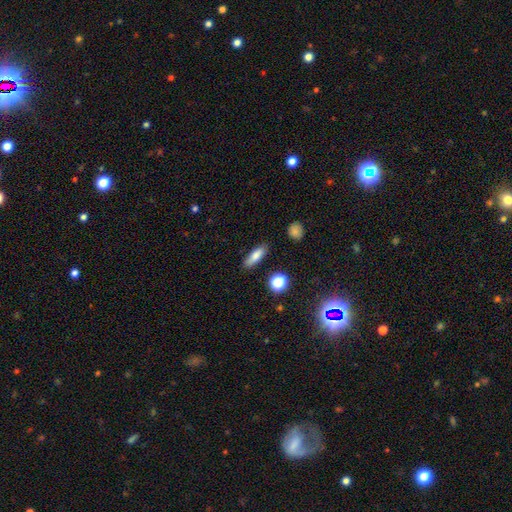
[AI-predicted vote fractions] Overall: smooth (77%). How rounded: in between (51%; cigar-shaped 44%). Merging: none (85%).